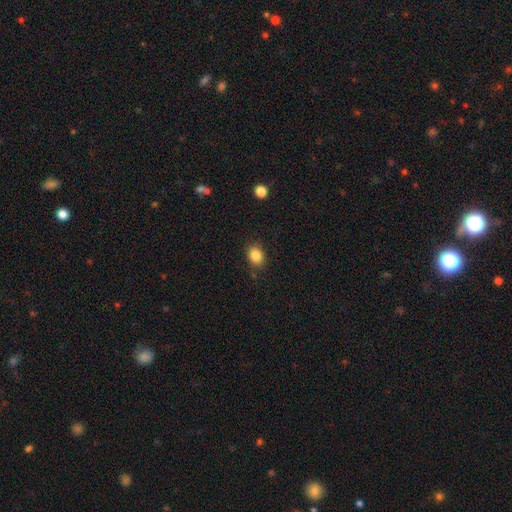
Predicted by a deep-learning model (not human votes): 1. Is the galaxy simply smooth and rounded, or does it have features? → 85% smooth, 10% star or artifact, 5% featured or disk.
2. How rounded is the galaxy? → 54% in between, 45% round, 1% cigar-shaped.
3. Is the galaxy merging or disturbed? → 85% none, 10% minor disturbance, 3% major disturbance, 2% merger.